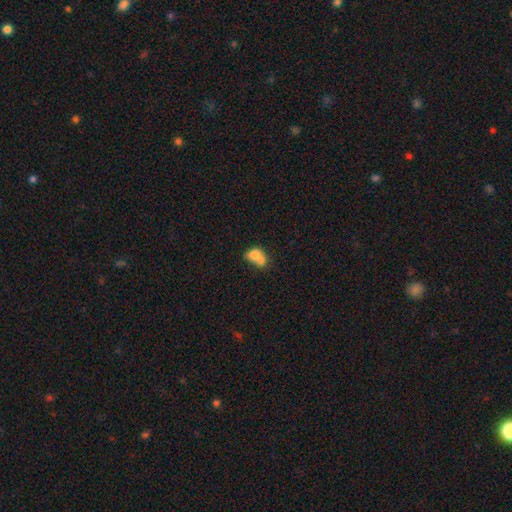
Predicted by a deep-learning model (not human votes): smooth-or-featured: smooth: 72% | featured or disk: 19% | star or artifact: 9%
  how-rounded: in between: 54% | round: 45% | cigar-shaped: 1%
  merging: merger: 71% | none: 18% | minor disturbance: 7% | major disturbance: 4%